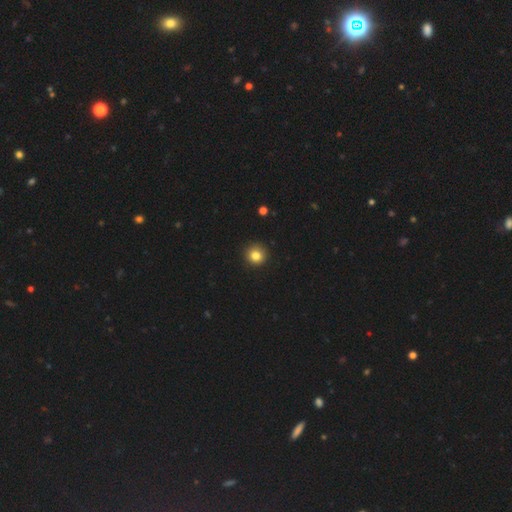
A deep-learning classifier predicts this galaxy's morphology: smooth_or_featured: smooth (p=0.83) [alt: star or artifact p=0.12]
how_rounded: round (p=0.94) [alt: in between p=0.05]
merging: none (p=0.92) [alt: minor disturbance p=0.06]